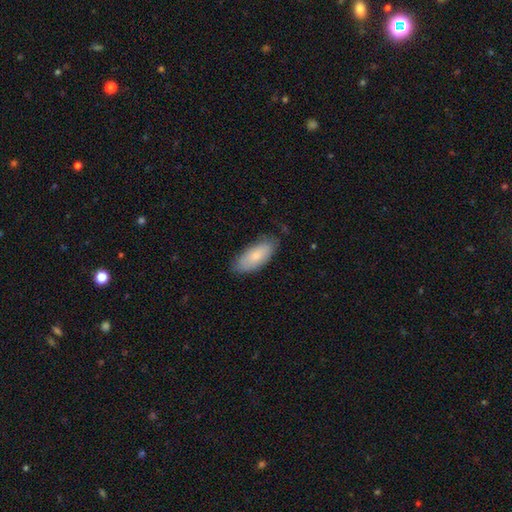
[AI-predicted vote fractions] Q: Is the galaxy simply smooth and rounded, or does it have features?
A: smooth — 78%.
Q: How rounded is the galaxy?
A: in between — 86%.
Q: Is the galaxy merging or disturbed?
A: none — 76%.